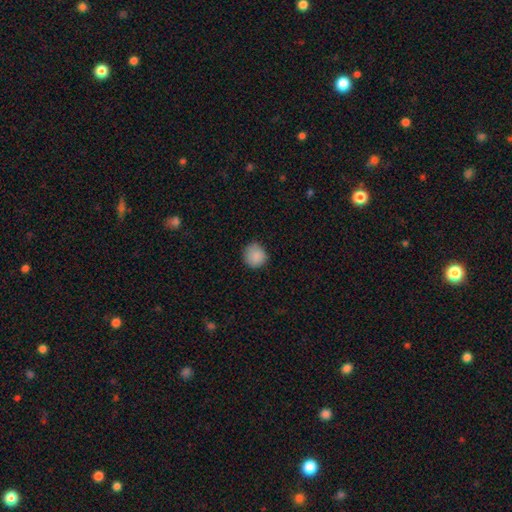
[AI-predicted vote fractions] A smooth galaxy with no disk features (88%) that is round (89%).

Vote fractions:
- Smooth or featured? smooth: 88% / star or artifact: 8% / featured or disk: 4%
- How rounded? round: 89% / in between: 10% / cigar-shaped: 1%
- Merging? none: 83% / minor disturbance: 13% / major disturbance: 3% / merger: 1%